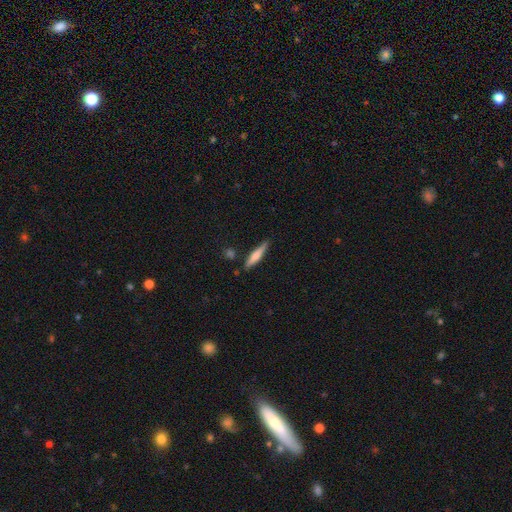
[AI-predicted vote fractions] Q: Smooth or featured?
A: smooth (53%); runner-up: featured or disk (41%)
Q: How rounded?
A: cigar-shaped (89%); runner-up: in between (9%)
Q: Merging?
A: none (84%); runner-up: minor disturbance (11%)